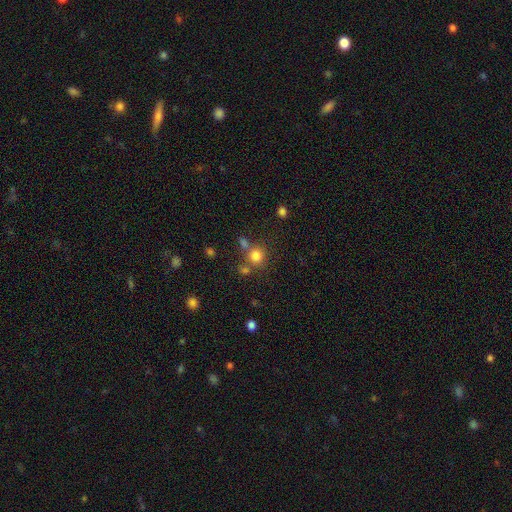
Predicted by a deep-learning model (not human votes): A smooth galaxy with no disk features (79%) that is round (87%). Merging: none (66%).